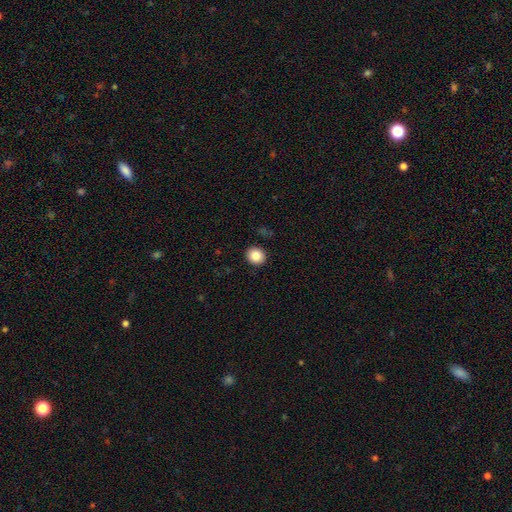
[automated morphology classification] Smooth or featured? smooth (85%)
How rounded? round (75%)
Merging? none (91%)